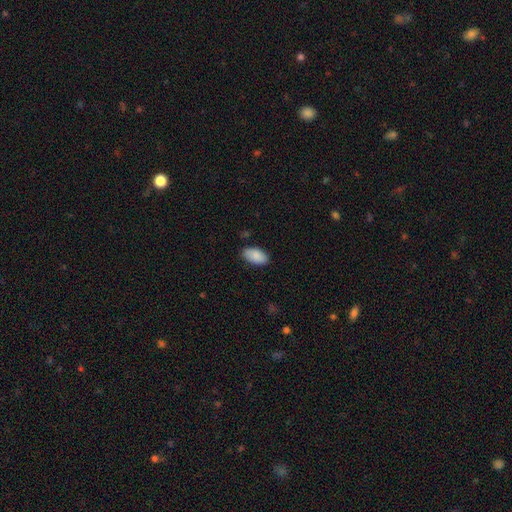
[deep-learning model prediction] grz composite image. It shows a smooth galaxy with no disk features (88%) that is in between round and cigar-shaped (95%). Merging: none (83%).